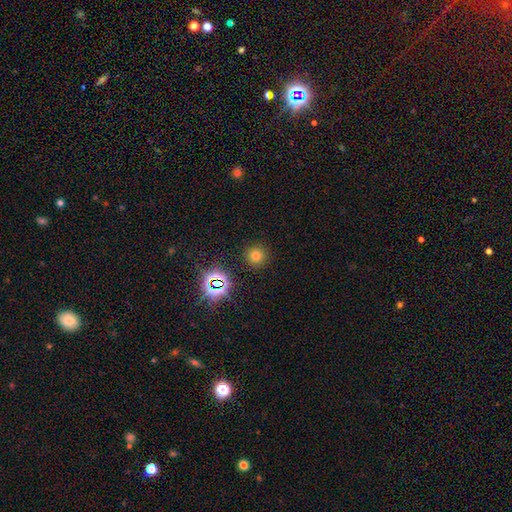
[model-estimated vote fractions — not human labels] Smooth or featured? Predicted: smooth (p=0.69). How rounded? Predicted: round (p=0.95). Merging? Predicted: none (p=0.90).